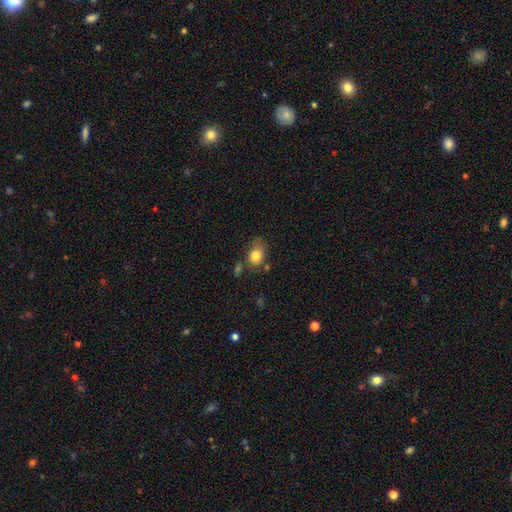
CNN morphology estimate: Smooth or featured?
  - smooth: 81% *
  - featured or disk: 10%
  - star or artifact: 9%
How rounded?
  - in between: 65% *
  - round: 34%
  - cigar-shaped: 1%
Merging?
  - none: 57% *
  - minor disturbance: 25%
  - merger: 10%
  - major disturbance: 9%